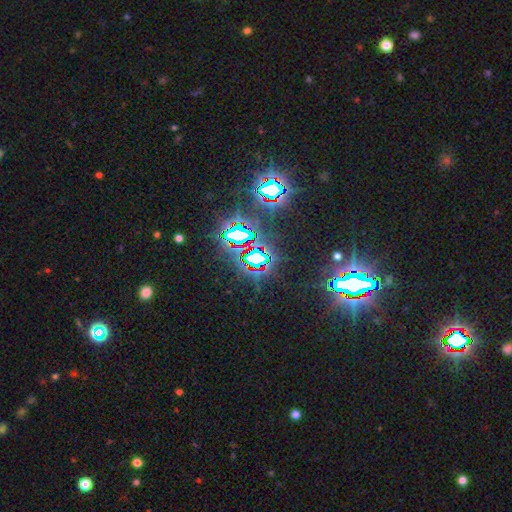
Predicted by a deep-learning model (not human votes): Q: Smooth or featured?
A: star or artifact (83%); runner-up: smooth (9%)